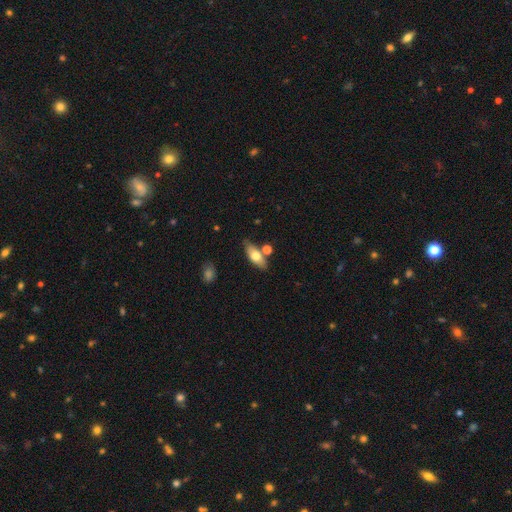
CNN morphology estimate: This is likely a smooth galaxy (65%). How rounded: likely in between (73%). Merging: likely none (73%).